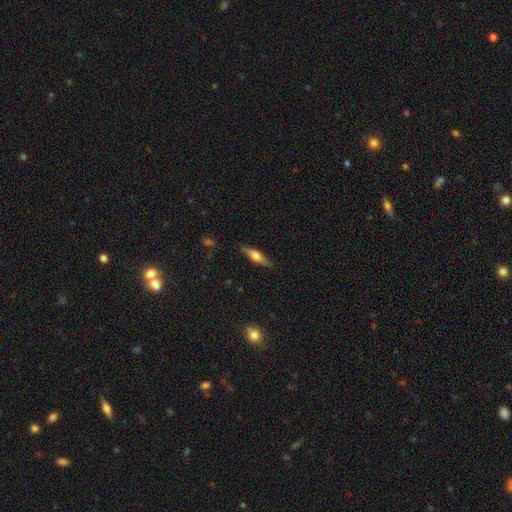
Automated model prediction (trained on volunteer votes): Q: Smooth or featured?
A: featured or disk (48%); runner-up: smooth (46%)
Q: Merging?
A: none (85%); runner-up: minor disturbance (12%)